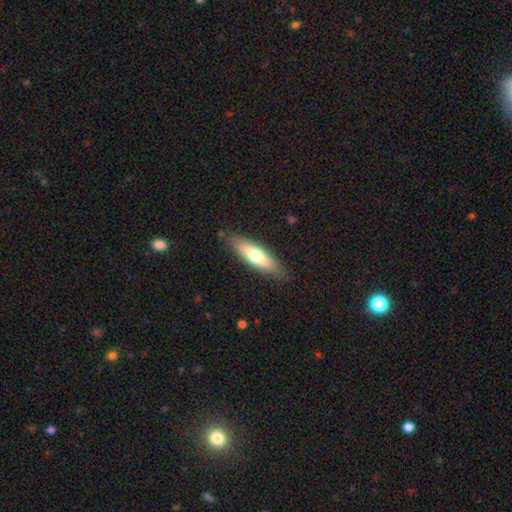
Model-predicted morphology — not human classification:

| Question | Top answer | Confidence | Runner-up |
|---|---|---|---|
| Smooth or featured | smooth | 62% | featured or disk (32%) |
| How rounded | cigar-shaped | 52% | in between (46%) |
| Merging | none | 84% | minor disturbance (12%) |